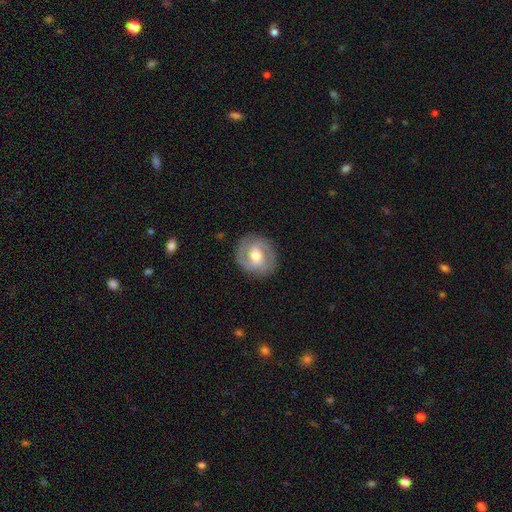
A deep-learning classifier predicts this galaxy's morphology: The model was most divided on "spiral winding": medium: 46%, tight: 39%, loose: 15%. Remaining: edge-on disk — no (97%); merging — none (86%); spiral arms — yes (84%); spiral arm count — 2 (83%); bulge size — moderate (71%); smooth or featured — featured or disk (70%); bar — weak (44%).